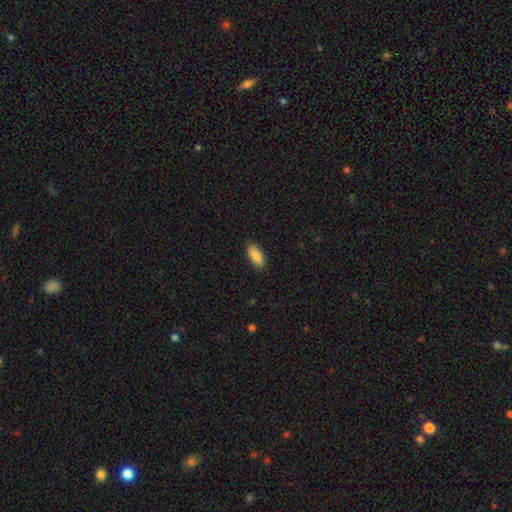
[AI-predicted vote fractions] Smooth or featured: smooth — 87% (featured or disk — 7%)
How rounded: in between — 89% (cigar-shaped — 9%)
Merging: none — 88% (minor disturbance — 9%)